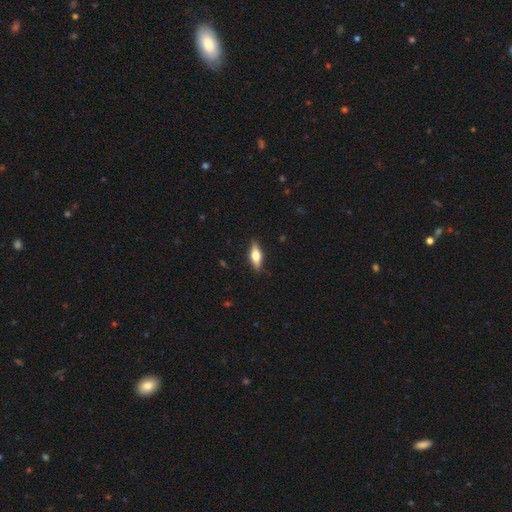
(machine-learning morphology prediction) A smooth galaxy with no disk features (50%) that is in between round and cigar-shaped (61%). Merging: none (86%).